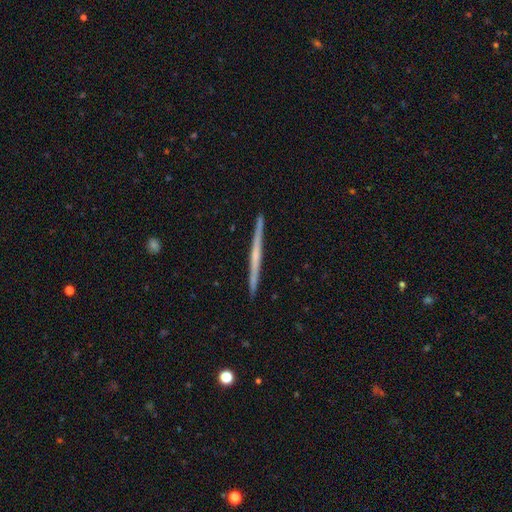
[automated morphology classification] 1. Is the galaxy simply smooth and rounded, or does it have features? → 65% featured or disk, 30% smooth, 6% star or artifact.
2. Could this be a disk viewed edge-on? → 98% yes, 2% no.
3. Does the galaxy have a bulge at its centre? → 71% none, 23% rounded, 6% boxy.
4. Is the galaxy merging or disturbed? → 93% none, 5% minor disturbance, 1% major disturbance, 1% merger.